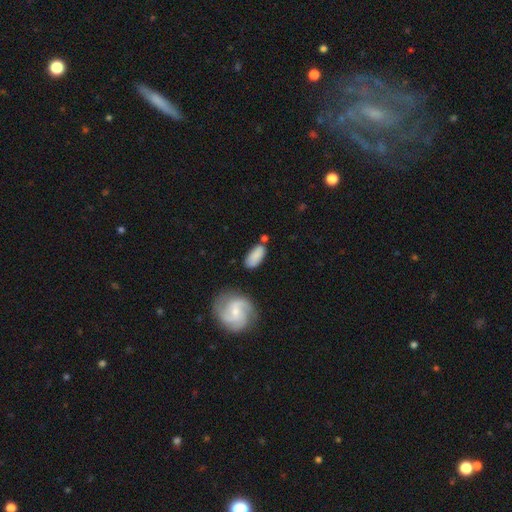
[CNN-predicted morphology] A smooth galaxy with no disk features (79%) that is in between round and cigar-shaped (89%).

Vote fractions:
- Smooth or featured? smooth: 79% / featured or disk: 15% / star or artifact: 6%
- How rounded? in between: 89% / cigar-shaped: 8% / round: 3%
- Merging? none: 69% / minor disturbance: 18% / merger: 8% / major disturbance: 5%